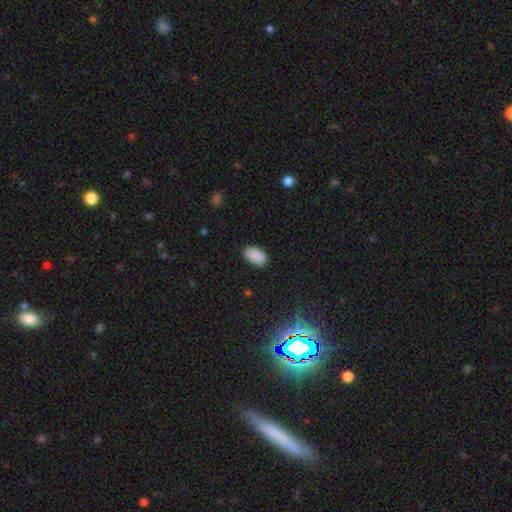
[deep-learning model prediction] Smooth or featured?
  - smooth: 89% *
  - star or artifact: 8%
  - featured or disk: 3%
How rounded?
  - in between: 93% *
  - round: 5%
  - cigar-shaped: 1%
Merging?
  - none: 86% *
  - minor disturbance: 11%
  - major disturbance: 2%
  - merger: 1%